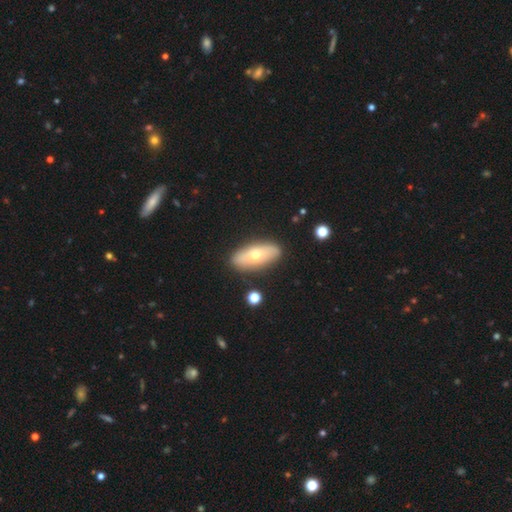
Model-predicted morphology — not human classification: The model was most divided on "smooth or featured": smooth: 58%, featured or disk: 35%, star or artifact: 7%. More confident: merging — none (86%); how rounded — in between (75%).